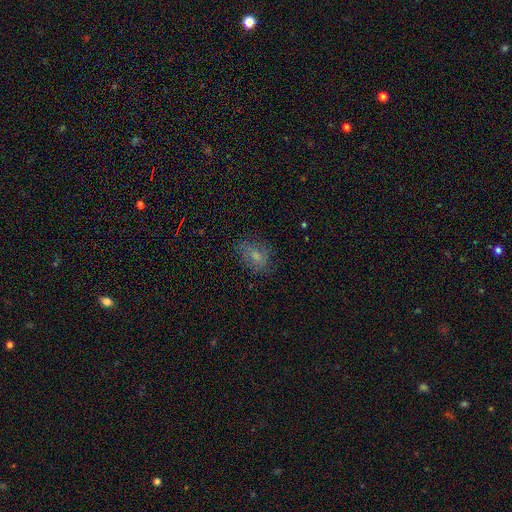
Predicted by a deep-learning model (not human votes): A smooth galaxy with no disk features (60%) that is in between round and cigar-shaped (65%). Merging: none (65%).